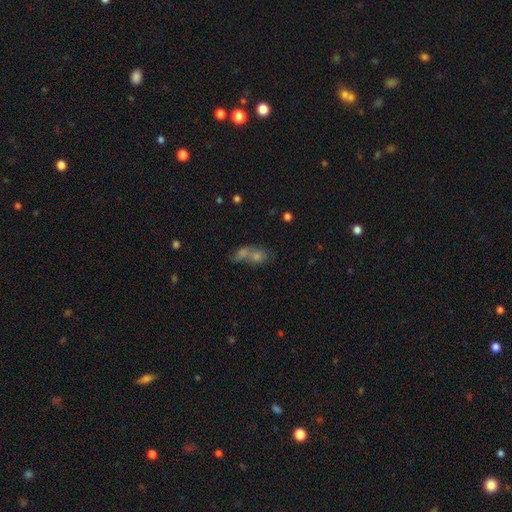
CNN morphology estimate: smooth 55%, star or artifact 24%, featured or disk 21%. Down the decision tree: how rounded — in between (50%); merging — merger (53%).